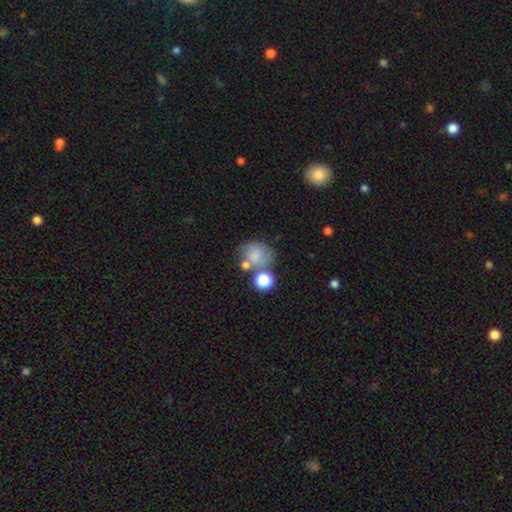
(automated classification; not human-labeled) The model was most divided on "how rounded": round: 59%, in between: 40%, cigar-shaped: 1%. Remaining: smooth or featured — smooth (70%); merging — none (46%).